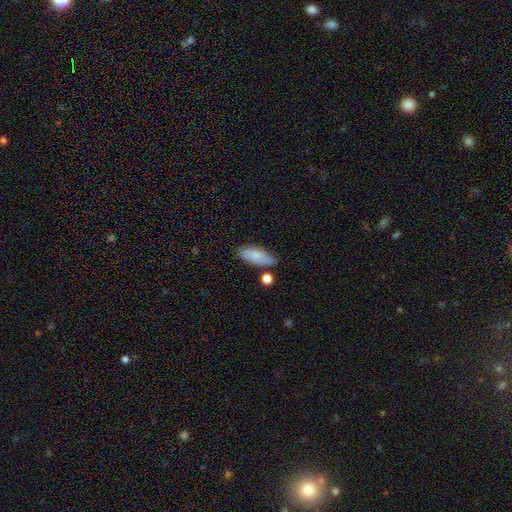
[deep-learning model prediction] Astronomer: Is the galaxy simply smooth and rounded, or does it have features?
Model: smooth — 75%.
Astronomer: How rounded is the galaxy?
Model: in between — 80%.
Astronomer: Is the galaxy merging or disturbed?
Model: none — 66%.